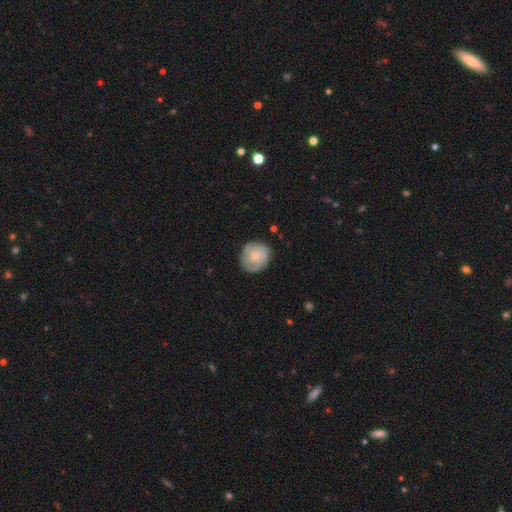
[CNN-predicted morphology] Smooth or featured?
  - featured or disk: 62% *
  - smooth: 32%
  - star or artifact: 6%
Edge-on disk?
  - no: 98% *
  - yes: 2%
Bar?
  - no: 77% *
  - weak: 21%
  - strong: 3%
Spiral arms?
  - yes: 91% *
  - no: 9%
Spiral winding?
  - tight: 62% *
  - medium: 30%
  - loose: 8%
Spiral arm count?
  - 3: 37% *
  - can't tell: 26%
  - 2: 19%
  - 4: 9%
  - 1: 5%
  - more than 4: 5%
Bulge size?
  - small: 57% *
  - moderate: 34%
  - none: 6%
  - large: 2%
  - dominant: 1%
Merging?
  - none: 80% *
  - minor disturbance: 15%
  - major disturbance: 4%
  - merger: 1%